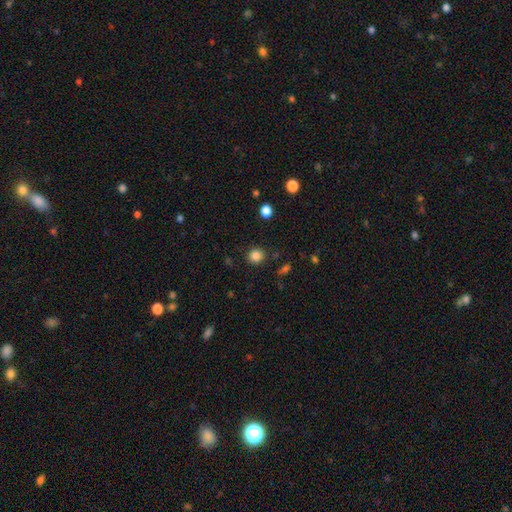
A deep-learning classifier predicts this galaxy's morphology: smooth_or_featured: smooth (p=0.85) [alt: star or artifact p=0.11]
how_rounded: round (p=0.86) [alt: in between p=0.13]
merging: none (p=0.88) [alt: minor disturbance p=0.07]